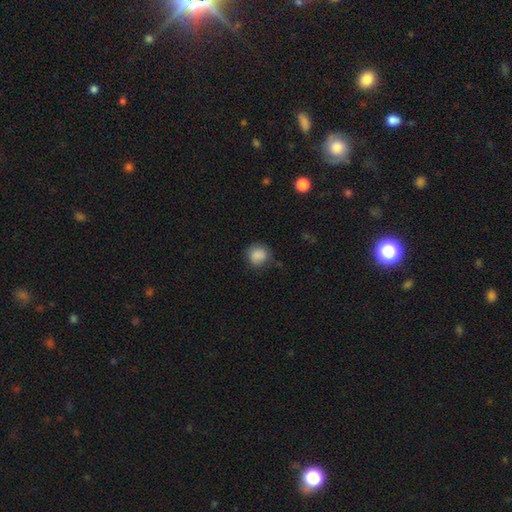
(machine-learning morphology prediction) A smooth galaxy with no disk features (87%) that is round (82%).

Vote fractions:
- Smooth or featured? smooth: 87% / star or artifact: 9% / featured or disk: 4%
- How rounded? round: 82% / in between: 17% / cigar-shaped: 1%
- Merging? none: 76% / minor disturbance: 18% / major disturbance: 5% / merger: 2%